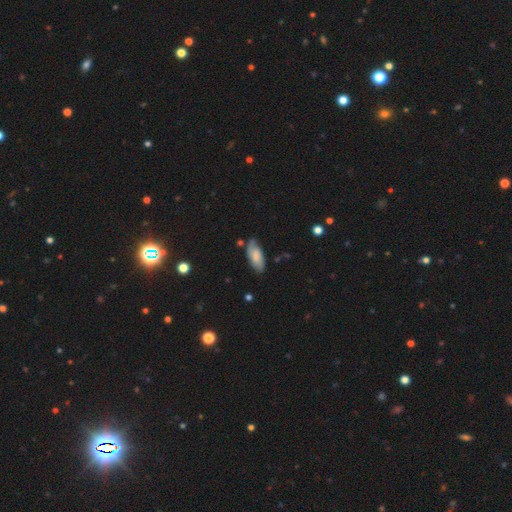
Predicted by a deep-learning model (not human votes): This is possibly a smooth galaxy (55%). How rounded: clearly in between (86%). Merging: likely none (66%).